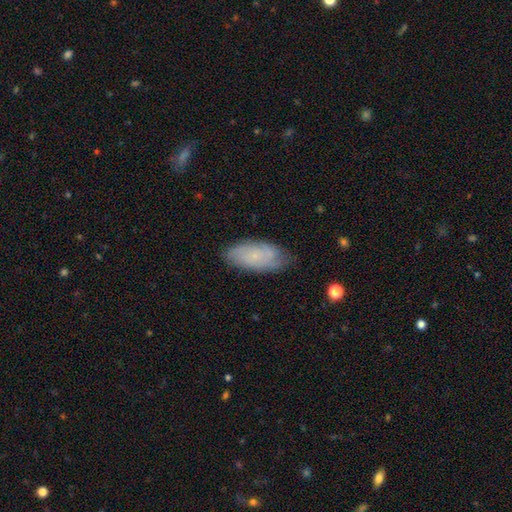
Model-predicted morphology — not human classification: The model was most divided on "smooth or featured": smooth: 49%, featured or disk: 43%, star or artifact: 8%. More confident: merging — none (72%).